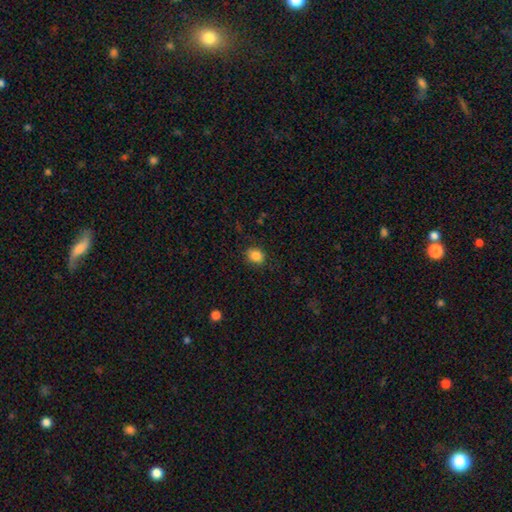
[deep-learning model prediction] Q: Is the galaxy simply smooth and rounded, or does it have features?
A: smooth — 86%.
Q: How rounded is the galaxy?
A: round — 60%.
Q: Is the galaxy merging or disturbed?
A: none — 85%.